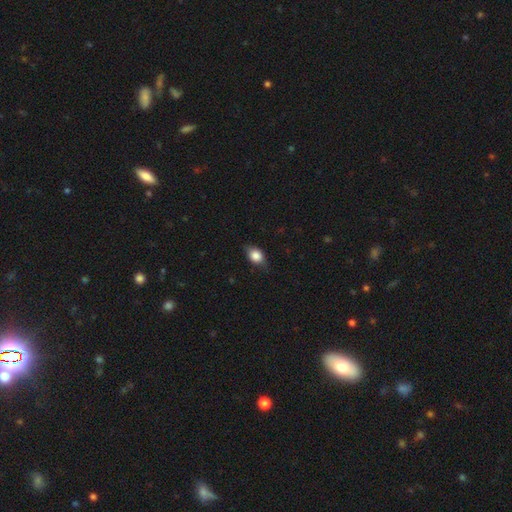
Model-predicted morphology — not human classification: A smooth galaxy with no disk features (80%) that is in between round and cigar-shaped (69%). Merging: none (74%).